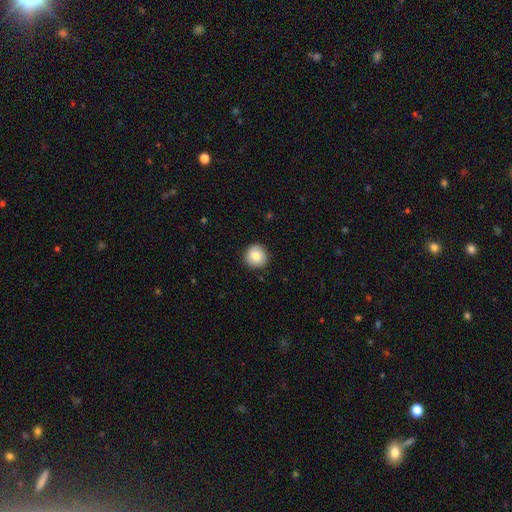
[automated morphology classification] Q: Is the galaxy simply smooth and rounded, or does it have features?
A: smooth — 83%.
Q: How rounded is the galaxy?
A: round — 94%.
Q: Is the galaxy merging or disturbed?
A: none — 90%.